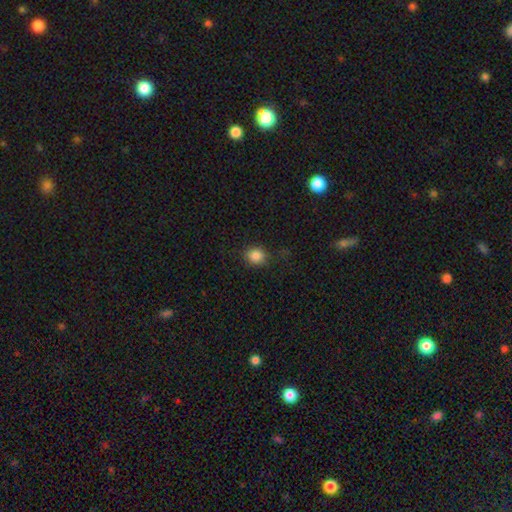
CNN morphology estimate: A smooth galaxy with no disk features (84%) that is round (76%). Merging: none (82%).